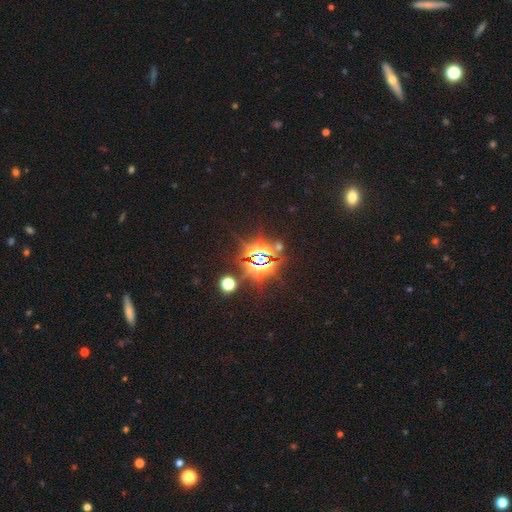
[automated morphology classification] Smooth or featured?
  - star or artifact: 83% *
  - smooth: 9%
  - featured or disk: 8%